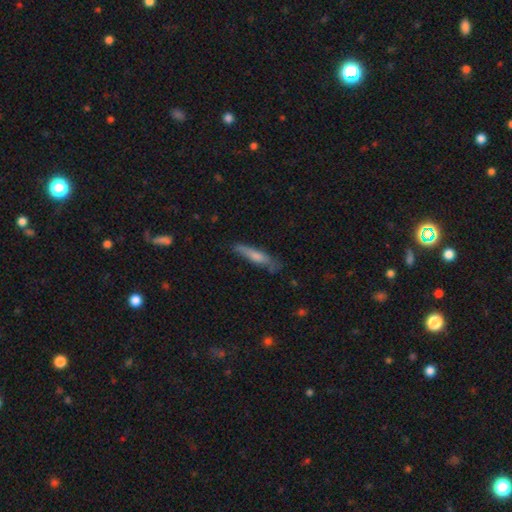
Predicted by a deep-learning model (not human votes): This appears to be a smooth galaxy with no disk features (54%) that is cigar-shaped (89%). Merging: none (75%).